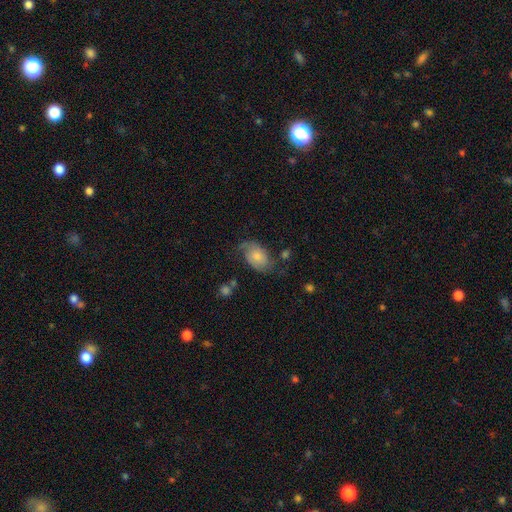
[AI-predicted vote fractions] smooth_or_featured: featured or disk (p=0.58) [alt: smooth p=0.33]
disk_edge_on: no (p=0.96) [alt: yes p=0.04]
bar: no (p=0.75) [alt: weak p=0.21]
has_spiral_arms: yes (p=0.87) [alt: no p=0.13]
bulge_size: small (p=0.44) [alt: moderate p=0.41]
merging: none (p=0.59) [alt: minor disturbance p=0.24]